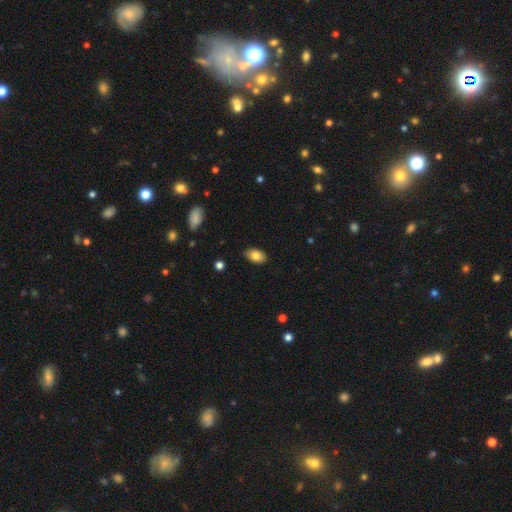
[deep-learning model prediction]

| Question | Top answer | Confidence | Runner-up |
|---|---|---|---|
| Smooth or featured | smooth | 82% | featured or disk (10%) |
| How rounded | in between | 91% | round (8%) |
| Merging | none | 85% | minor disturbance (12%) |